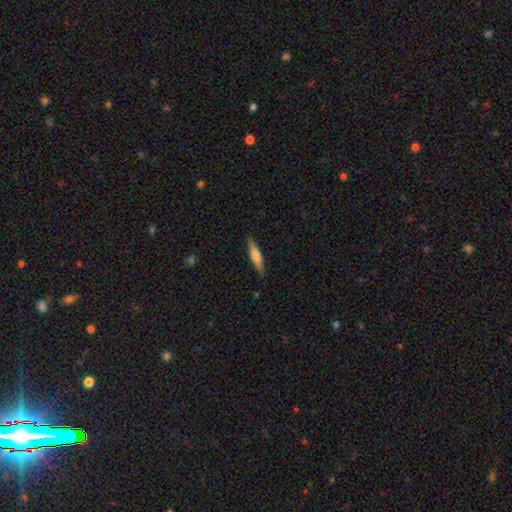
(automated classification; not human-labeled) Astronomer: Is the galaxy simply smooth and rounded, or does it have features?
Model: smooth — 54% (runner-up: featured or disk, 40%).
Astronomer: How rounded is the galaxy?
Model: cigar-shaped — 85%.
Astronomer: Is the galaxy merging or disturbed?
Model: none — 88%.